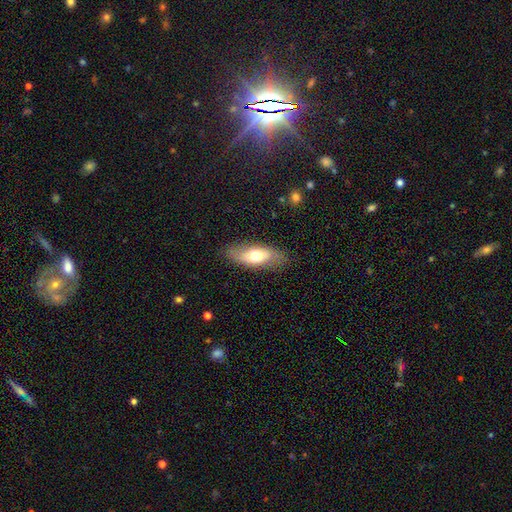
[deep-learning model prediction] smooth_or_featured: smooth (p=0.61) [alt: featured or disk p=0.33]
how_rounded: in between (p=0.74) [alt: cigar-shaped p=0.22]
merging: none (p=0.81) [alt: minor disturbance p=0.14]